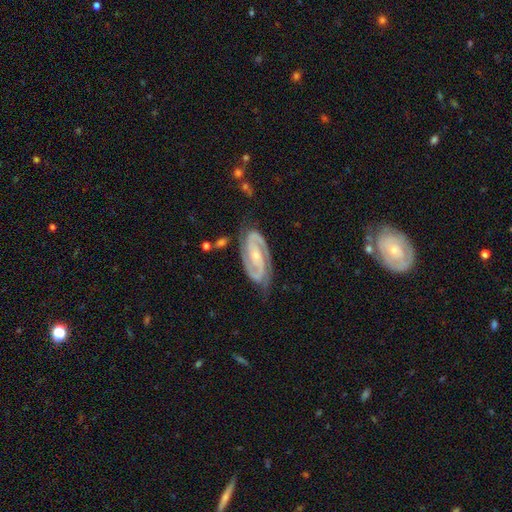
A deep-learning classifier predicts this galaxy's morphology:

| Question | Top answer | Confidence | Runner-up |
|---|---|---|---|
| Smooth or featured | featured or disk | 91% | star or artifact (5%) |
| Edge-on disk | no | 97% | yes (3%) |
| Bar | no | 39% | weak (36%) |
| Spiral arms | yes | 98% | no (2%) |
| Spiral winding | tight | 56% | medium (38%) |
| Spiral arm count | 2 | 92% | 3 (3%) |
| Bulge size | small | 60% | moderate (34%) |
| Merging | none | 76% | minor disturbance (17%) |